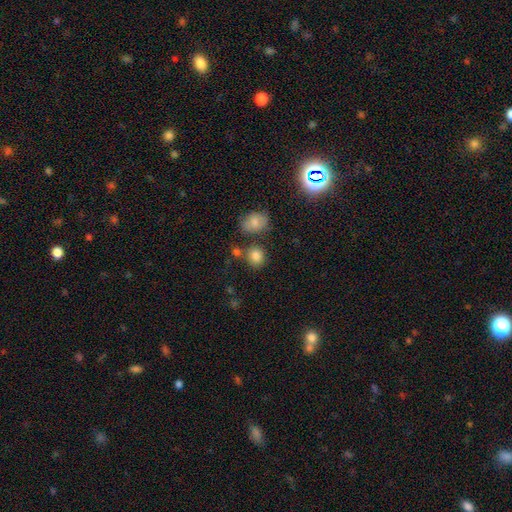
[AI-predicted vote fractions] Q: Smooth or featured?
A: smooth (83%); runner-up: star or artifact (11%)
Q: How rounded?
A: round (75%); runner-up: in between (24%)
Q: Merging?
A: none (71%); runner-up: merger (14%)